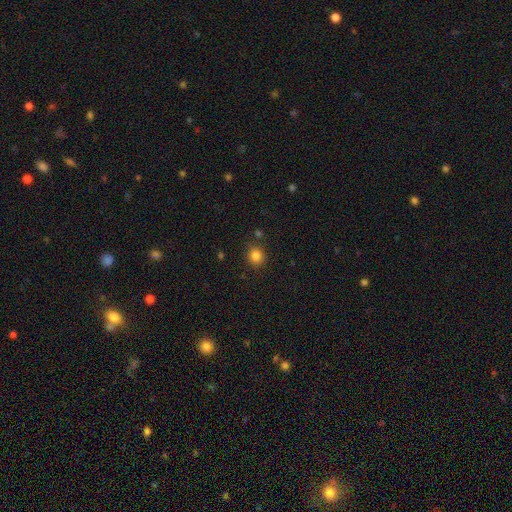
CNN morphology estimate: Smooth or featured: smooth — 84% (star or artifact — 12%)
How rounded: round — 81% (in between — 18%)
Merging: none — 85% (minor disturbance — 9%)